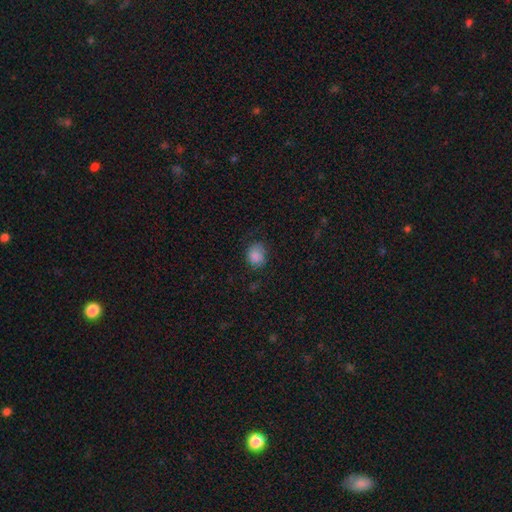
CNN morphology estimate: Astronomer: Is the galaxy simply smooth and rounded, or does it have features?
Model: smooth — 83%.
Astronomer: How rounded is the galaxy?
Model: round — 70%.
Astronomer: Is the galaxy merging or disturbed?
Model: none — 69%.